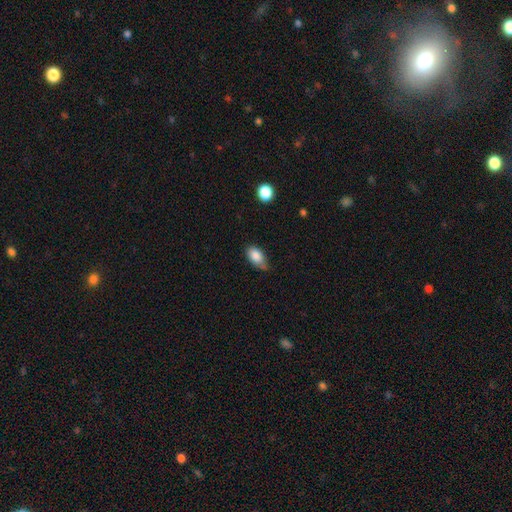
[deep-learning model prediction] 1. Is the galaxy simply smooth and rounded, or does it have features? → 85% smooth, 8% star or artifact, 7% featured or disk.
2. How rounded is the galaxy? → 91% in between, 7% round, 3% cigar-shaped.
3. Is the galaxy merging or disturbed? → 53% none, 39% minor disturbance, 6% major disturbance, 2% merger.